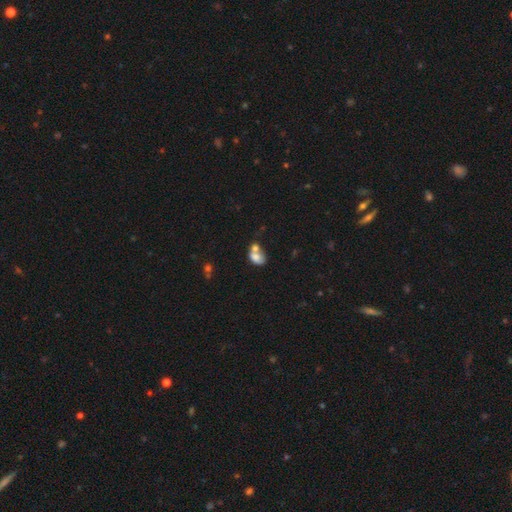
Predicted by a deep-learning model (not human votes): Morphology: type=smooth (73%); roundness=in between (78%); merging=merger (62%).